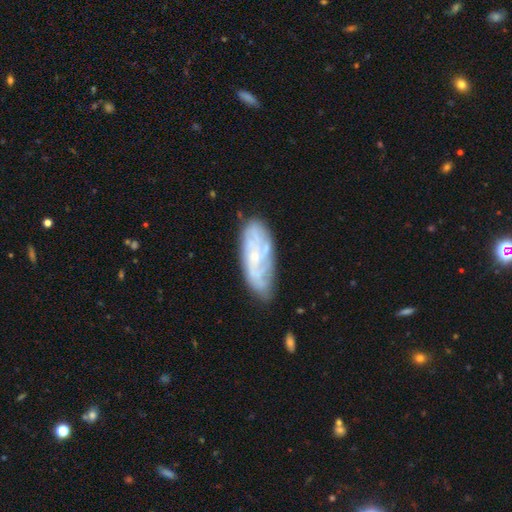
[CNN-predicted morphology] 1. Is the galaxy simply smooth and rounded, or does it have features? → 68% featured or disk, 25% smooth, 7% star or artifact.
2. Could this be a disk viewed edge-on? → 88% no, 12% yes.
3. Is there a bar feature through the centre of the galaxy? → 76% no, 20% weak, 4% strong.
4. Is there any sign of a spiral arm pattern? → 76% yes, 24% no.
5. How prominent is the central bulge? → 75% small, 19% moderate, 4% none, 1% large, 1% dominant.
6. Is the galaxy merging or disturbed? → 72% none, 20% minor disturbance, 5% major disturbance, 3% merger.